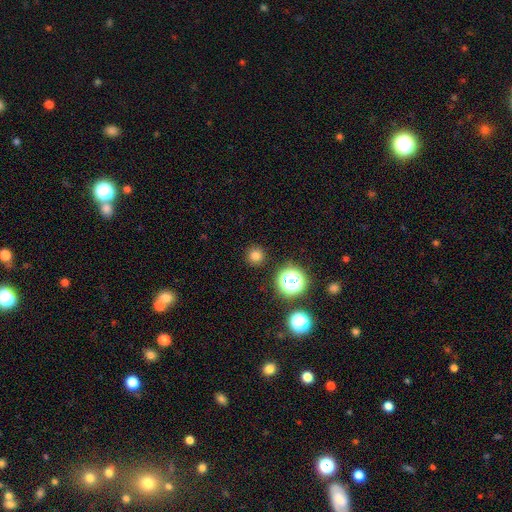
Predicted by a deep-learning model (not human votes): Smooth or featured: smooth — 74% (star or artifact — 21%)
How rounded: round — 95% (in between — 4%)
Merging: none — 90% (minor disturbance — 6%)